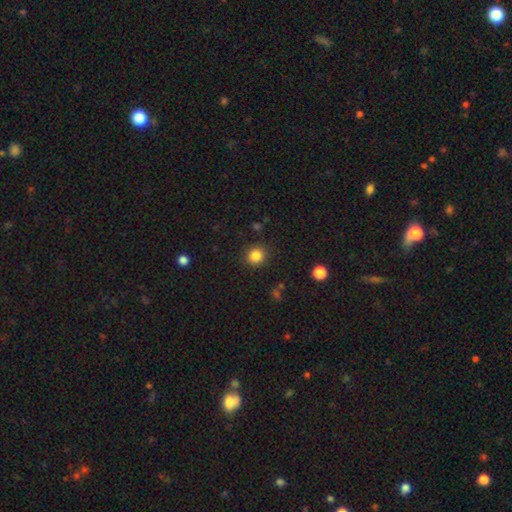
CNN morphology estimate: smooth_or_featured: smooth (p=0.85) [alt: star or artifact p=0.11]
how_rounded: round (p=0.88) [alt: in between p=0.11]
merging: none (p=0.88) [alt: minor disturbance p=0.07]